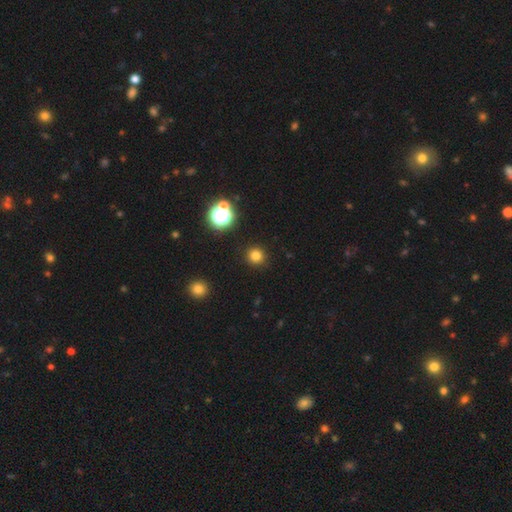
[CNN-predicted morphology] This appears to be a smooth galaxy with no disk features (78%) that is round (94%). Merging: none (91%).